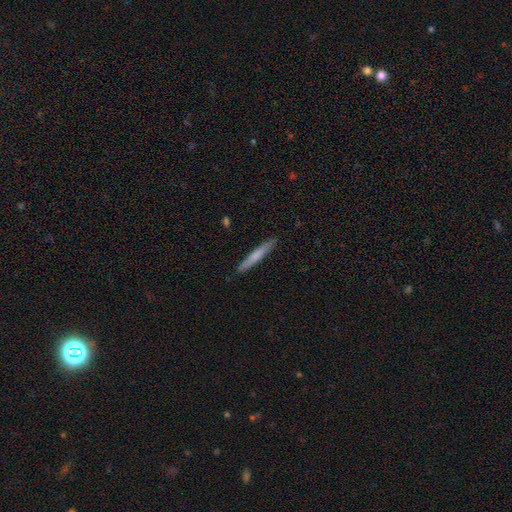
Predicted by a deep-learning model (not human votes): Smooth or featured? Predicted: smooth (p=0.66). How rounded? Predicted: cigar-shaped (p=0.96). Merging? Predicted: none (p=0.90).